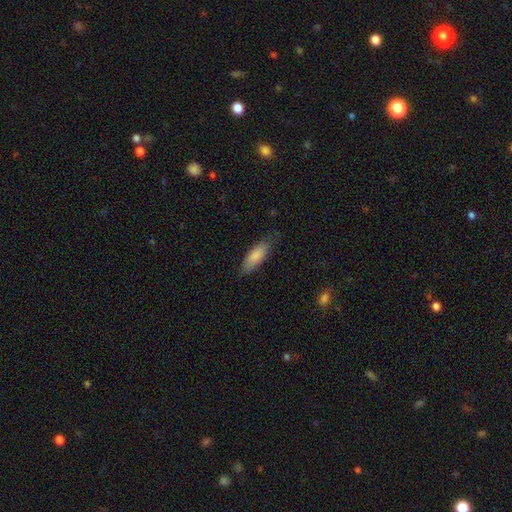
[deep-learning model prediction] This appears to be a smooth galaxy with no disk features (84%) that is in between round and cigar-shaped (62%). Merging: none (76%).